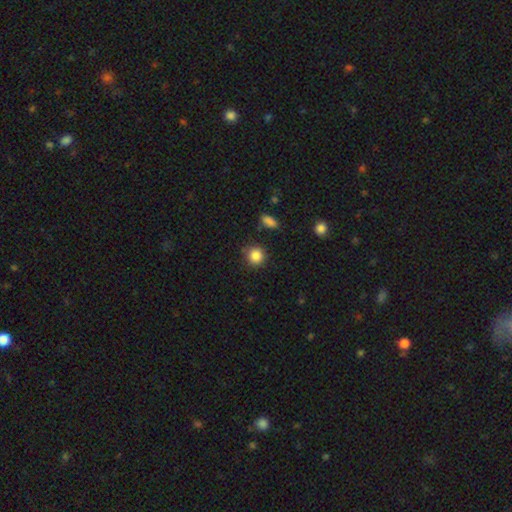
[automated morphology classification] smooth 86%, star or artifact 10%, featured or disk 4%. Down the decision tree: how rounded — round (90%); merging — none (84%).